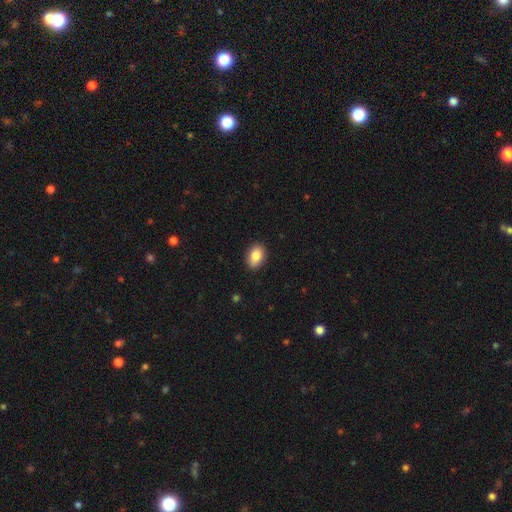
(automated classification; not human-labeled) Smooth or featured? Predicted: smooth (p=0.85). How rounded? Predicted: in between (p=0.81). Merging? Predicted: none (p=0.89).